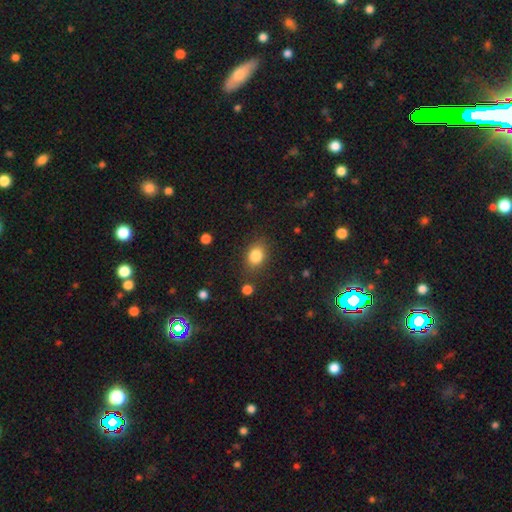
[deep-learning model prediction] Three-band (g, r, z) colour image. It shows a smooth galaxy with no disk features (83%) that is in between round and cigar-shaped (60%). Merging: none (80%).